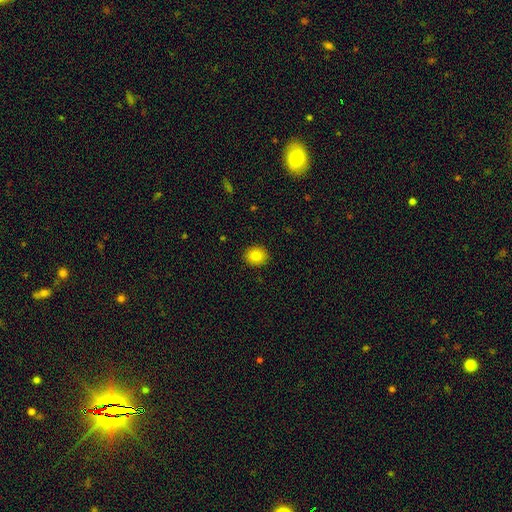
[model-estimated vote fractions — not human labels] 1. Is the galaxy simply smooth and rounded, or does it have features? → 83% smooth, 10% star or artifact, 8% featured or disk.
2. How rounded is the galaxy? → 72% round, 27% in between, 1% cigar-shaped.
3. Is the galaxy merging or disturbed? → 91% none, 6% minor disturbance, 2% major disturbance, 1% merger.